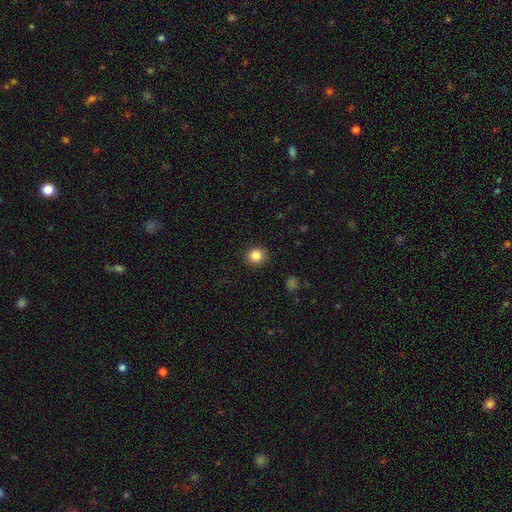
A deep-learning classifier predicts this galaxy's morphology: Smooth or featured: smooth — 85% (star or artifact — 11%)
How rounded: round — 91% (in between — 8%)
Merging: none — 91% (minor disturbance — 6%)